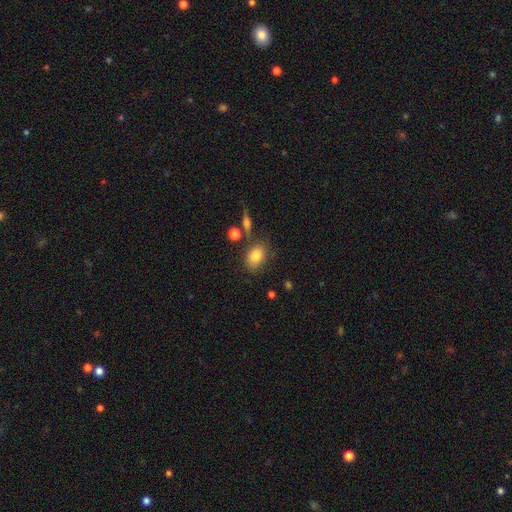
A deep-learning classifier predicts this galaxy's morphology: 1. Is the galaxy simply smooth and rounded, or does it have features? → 80% smooth, 11% featured or disk, 9% star or artifact.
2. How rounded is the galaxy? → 69% in between, 30% round, 2% cigar-shaped.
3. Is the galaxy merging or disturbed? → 75% none, 14% minor disturbance, 7% merger, 4% major disturbance.